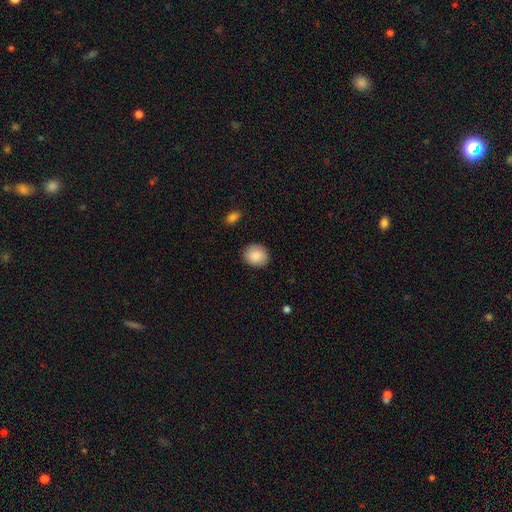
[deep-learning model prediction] A smooth galaxy with no disk features (88%) that is round (70%). Merging: none (88%).